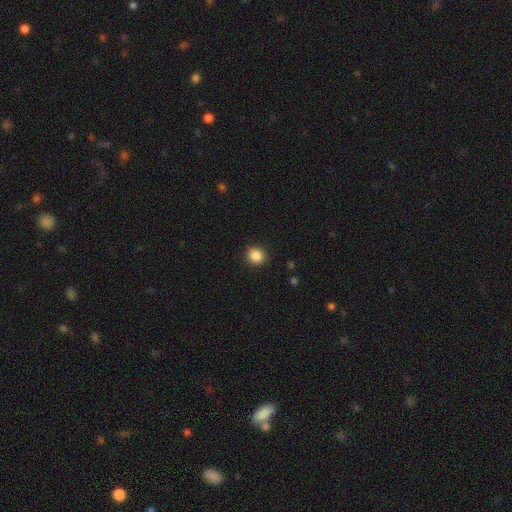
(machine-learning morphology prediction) A smooth galaxy with no disk features (87%) that is round (89%). Merging: none (91%).